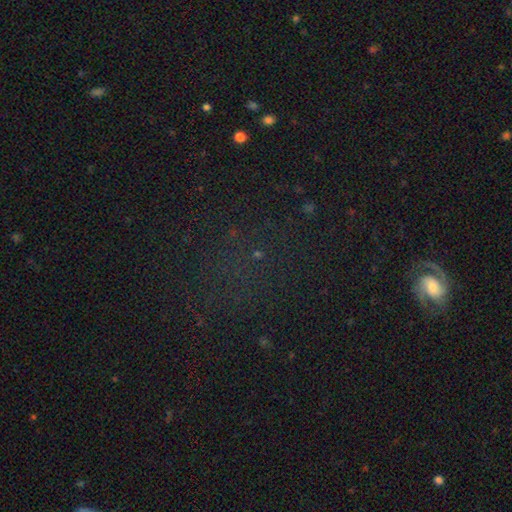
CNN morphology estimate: smooth-or-featured: star or artifact: 65% | smooth: 23% | featured or disk: 12%